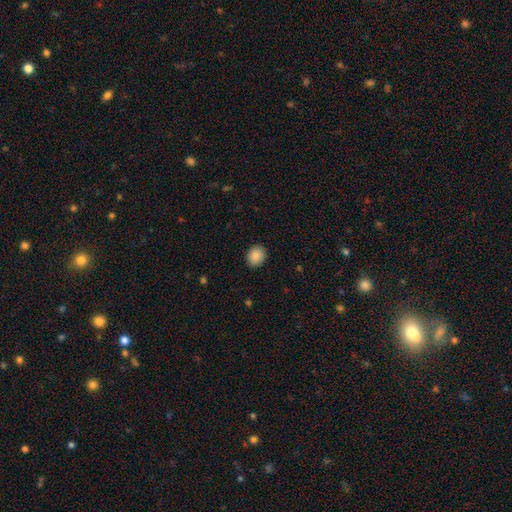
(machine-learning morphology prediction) Smooth or featured: smooth — 87% (star or artifact — 8%)
How rounded: round — 51% (in between — 48%)
Merging: none — 89% (minor disturbance — 8%)